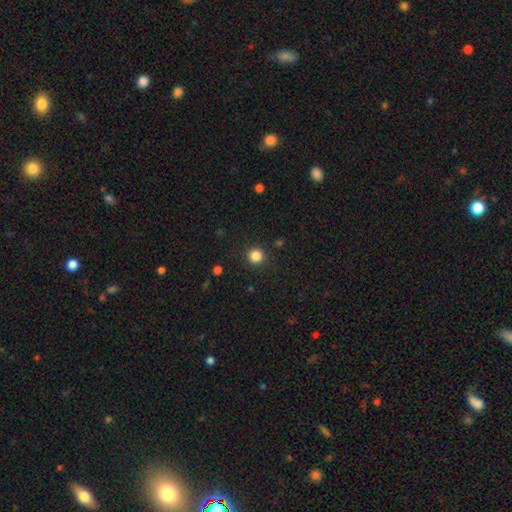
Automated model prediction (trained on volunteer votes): smooth 85%, star or artifact 12%, featured or disk 3%. Down the decision tree: how rounded — round (95%); merging — none (91%).